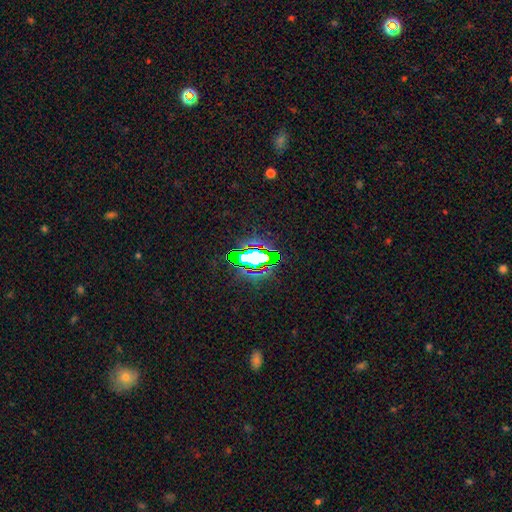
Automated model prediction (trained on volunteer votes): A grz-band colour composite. It shows a star or artifact, not a galaxy (75%).